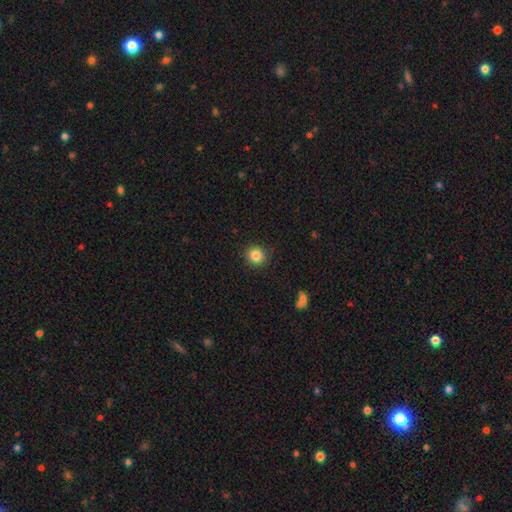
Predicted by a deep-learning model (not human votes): A smooth galaxy with no disk features (85%) that is round (90%). Merging: none (90%).